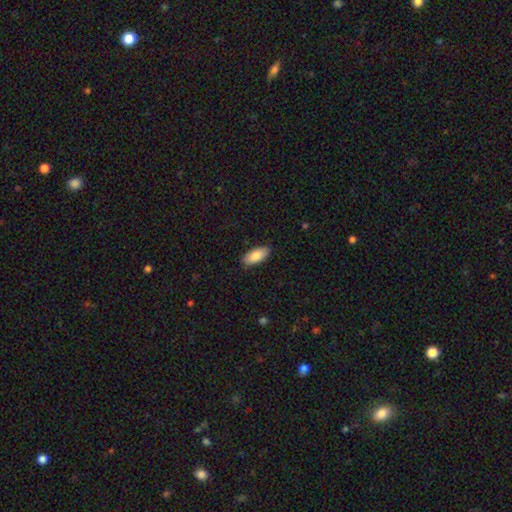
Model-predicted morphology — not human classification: Smooth or featured? smooth (86%)
How rounded? in between (87%)
Merging? none (88%)